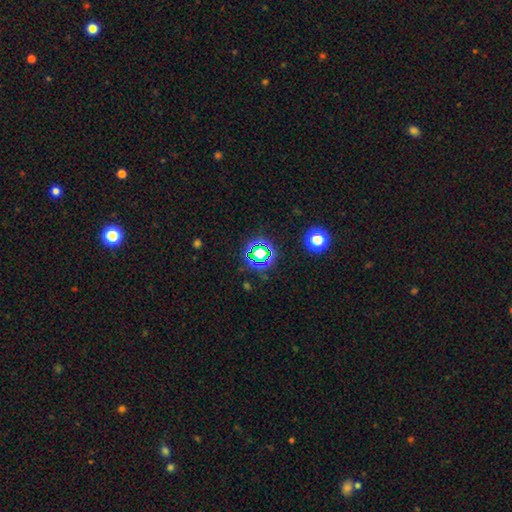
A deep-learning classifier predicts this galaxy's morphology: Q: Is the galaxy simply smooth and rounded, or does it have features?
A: star or artifact — 70%.